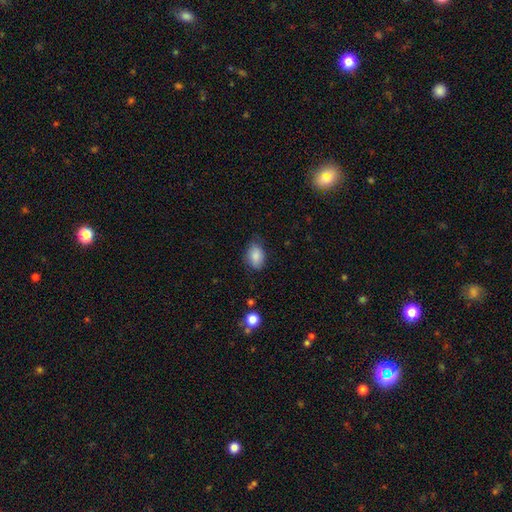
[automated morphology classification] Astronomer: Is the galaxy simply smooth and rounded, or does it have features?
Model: smooth — 86%.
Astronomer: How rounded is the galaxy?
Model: in between — 84%.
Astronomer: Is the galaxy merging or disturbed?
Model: none — 70%.